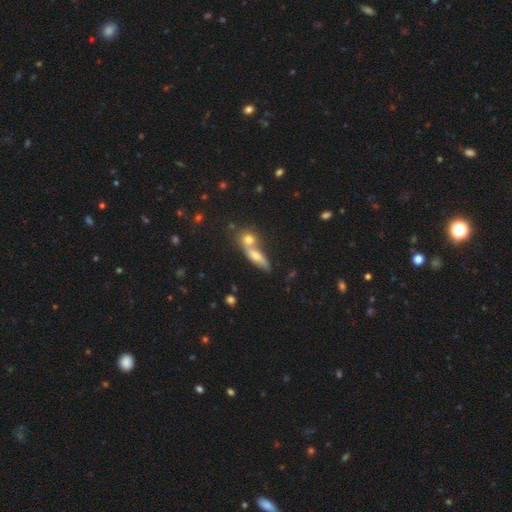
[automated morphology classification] type=smooth (60%); roundness=in between (47%); merging=merger (51%).